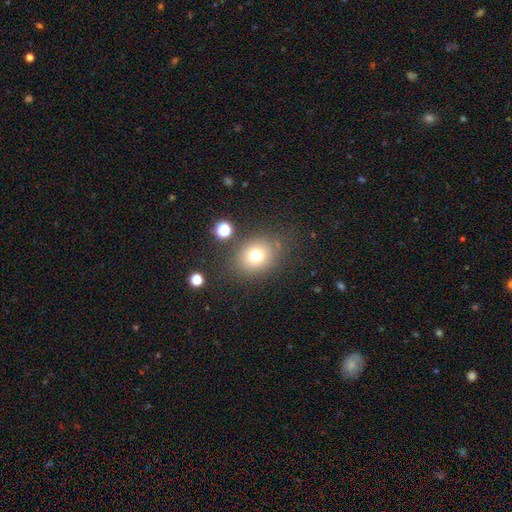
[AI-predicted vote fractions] smooth-or-featured: smooth: 73% | star or artifact: 15% | featured or disk: 12%
  how-rounded: round: 60% | in between: 39% | cigar-shaped: 1%
  merging: none: 79% | minor disturbance: 12% | major disturbance: 5% | merger: 4%